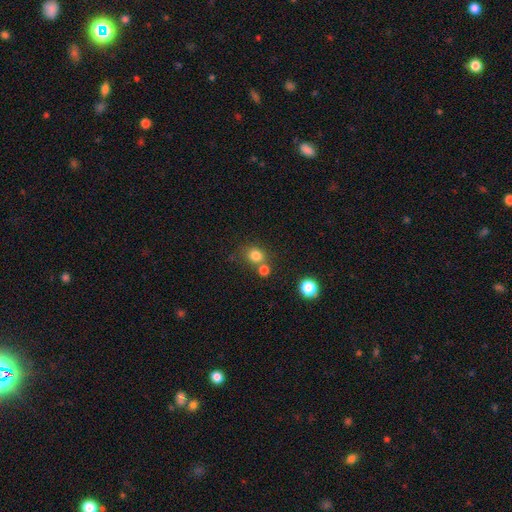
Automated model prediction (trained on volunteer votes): Overall: smooth (80%). How rounded: round (78%). Merging: none (61%; merger 26%).